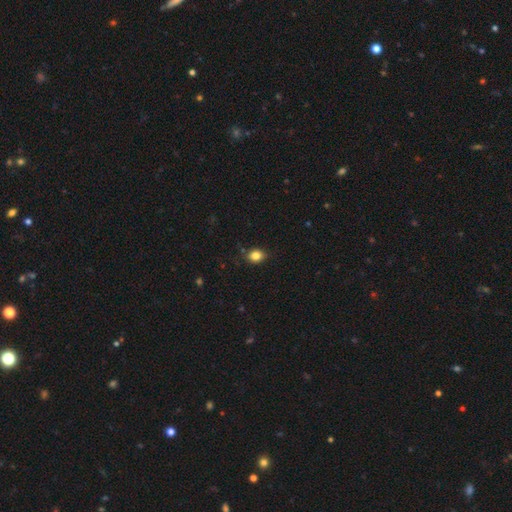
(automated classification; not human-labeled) smooth-or-featured: smooth: 84% | star or artifact: 10% | featured or disk: 6%
  how-rounded: in between: 52% | round: 46% | cigar-shaped: 1%
  merging: none: 83% | minor disturbance: 13% | major disturbance: 3% | merger: 1%